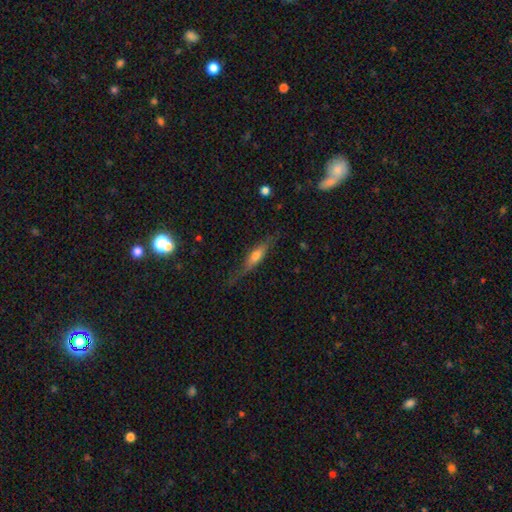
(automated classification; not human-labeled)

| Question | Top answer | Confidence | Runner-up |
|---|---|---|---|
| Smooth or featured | featured or disk | 48% | smooth (45%) |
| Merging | none | 65% | minor disturbance (23%) |